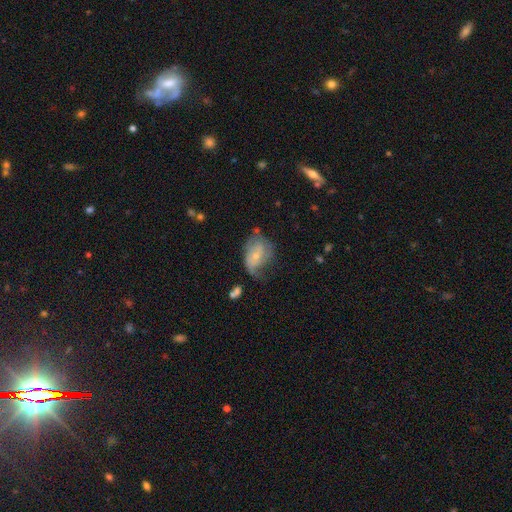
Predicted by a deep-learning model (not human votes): smooth_or_featured: featured or disk (p=0.54) [alt: smooth p=0.38]
disk_edge_on: no (p=0.96) [alt: yes p=0.04]
bar: no (p=0.66) [alt: weak p=0.28]
has_spiral_arms: yes (p=0.67) [alt: no p=0.33]
bulge_size: small (p=0.67) [alt: moderate p=0.26]
merging: minor disturbance (p=0.34) [alt: none p=0.33]